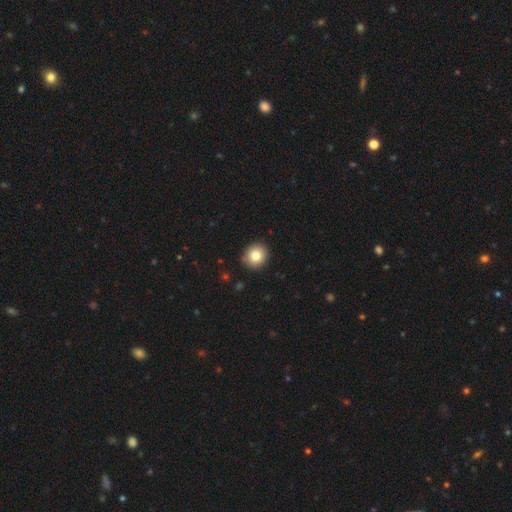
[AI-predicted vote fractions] Smooth or featured?
  - smooth: 82% *
  - star or artifact: 10%
  - featured or disk: 9%
How rounded?
  - round: 85% *
  - in between: 14%
  - cigar-shaped: 1%
Merging?
  - none: 91% *
  - minor disturbance: 7%
  - major disturbance: 2%
  - merger: 1%